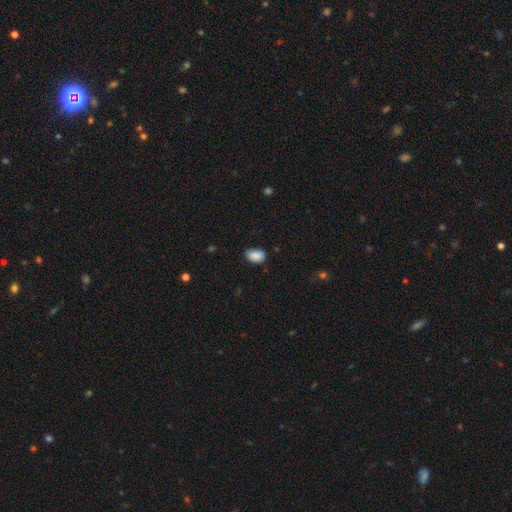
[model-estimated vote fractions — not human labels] Overall: smooth (88%). How rounded: in between (85%). Merging: none (79%).